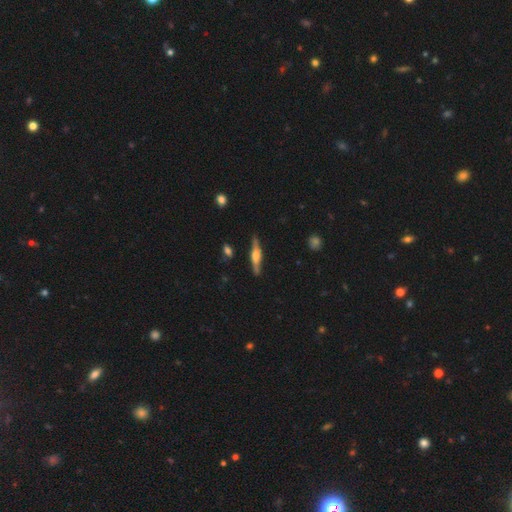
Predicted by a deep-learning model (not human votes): featured or disk 66%, smooth 28%, star or artifact 6%. Down the decision tree: edge-on disk — yes (95%); edge-on bulge — rounded (80%); merging — none (83%).